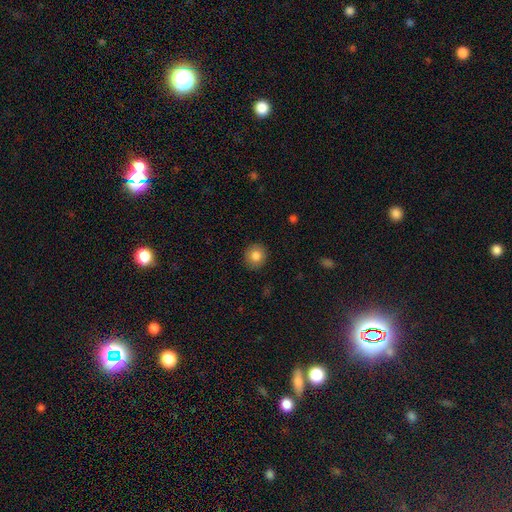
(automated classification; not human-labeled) smooth_or_featured: smooth (p=0.82) [alt: star or artifact p=0.09]
how_rounded: round (p=0.88) [alt: in between p=0.11]
merging: none (p=0.90) [alt: minor disturbance p=0.07]